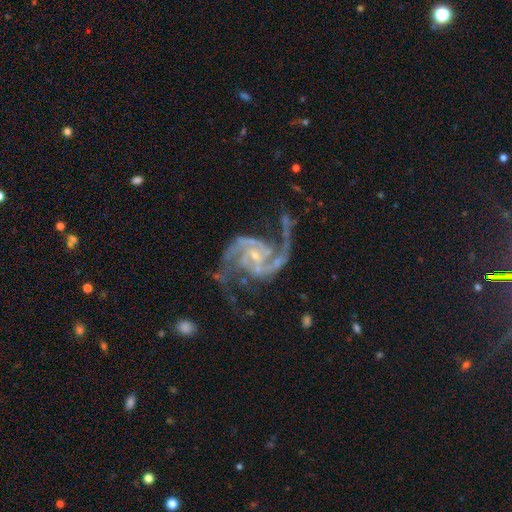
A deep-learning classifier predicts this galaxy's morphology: This appears to be a featured or disk galaxy (93%) with no bar (53%), 2 (83%) medium (59%) spiral arms (98%) and a small central bulge (75%). Merging: none (58%).